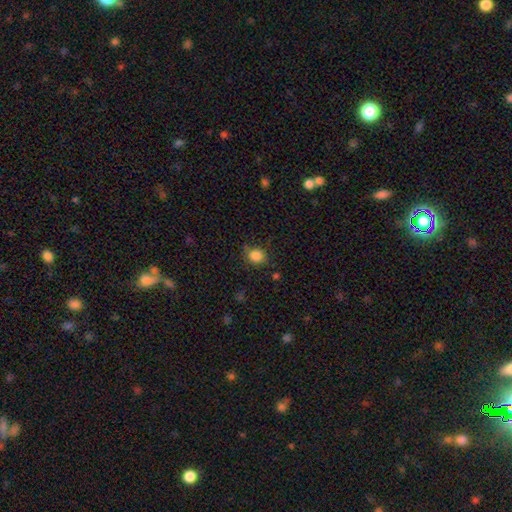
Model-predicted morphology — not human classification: smooth-or-featured: smooth: 84% | star or artifact: 11% | featured or disk: 5%
  how-rounded: round: 74% | in between: 25% | cigar-shaped: 1%
  merging: none: 73% | minor disturbance: 20% | major disturbance: 4% | merger: 3%